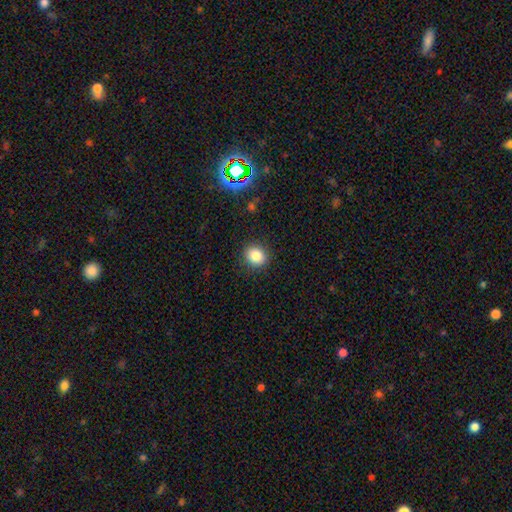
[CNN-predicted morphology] smooth 83%, star or artifact 11%, featured or disk 6%. Down the decision tree: how rounded — round (79%); merging — none (89%).